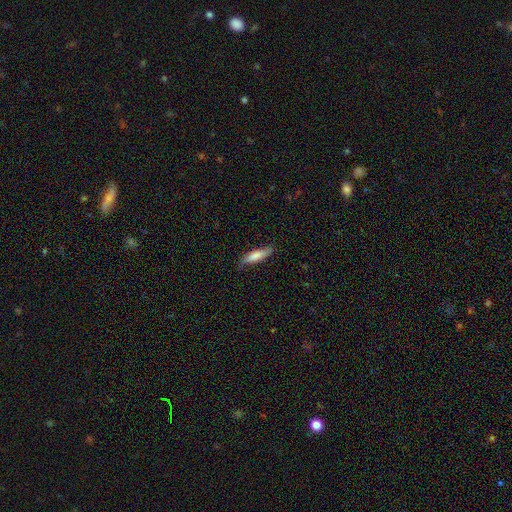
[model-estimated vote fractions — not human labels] Smooth or featured: smooth — 78% (featured or disk — 17%)
How rounded: cigar-shaped — 70% (in between — 29%)
Merging: none — 76% (minor disturbance — 19%)